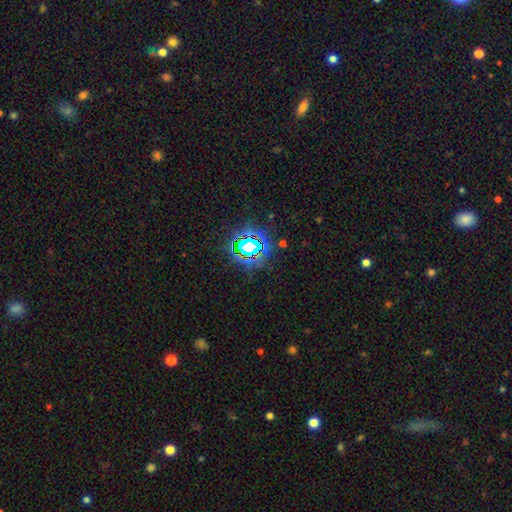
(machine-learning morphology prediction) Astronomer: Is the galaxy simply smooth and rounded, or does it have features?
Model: star or artifact — 76%.